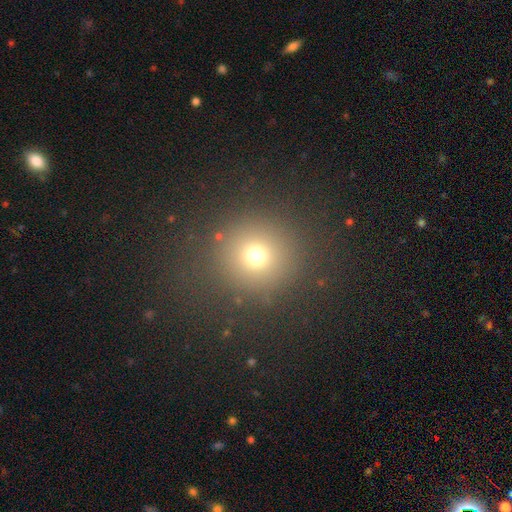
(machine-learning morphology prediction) This is likely a smooth galaxy (70%). How rounded: clearly round (92%). Merging: clearly none (87%).